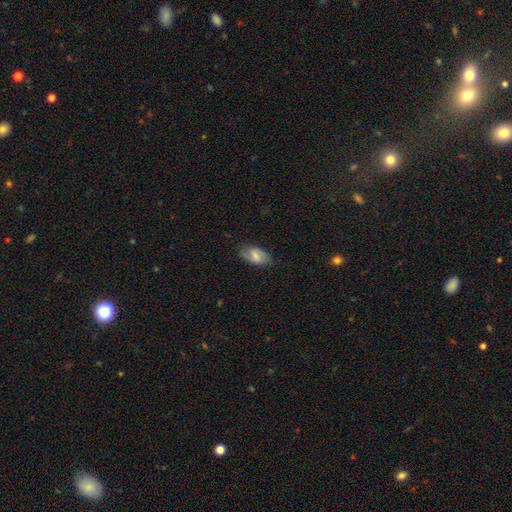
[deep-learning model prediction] This appears to be a smooth galaxy with no disk features (56%) that is in between round and cigar-shaped (93%). Merging: none (78%).